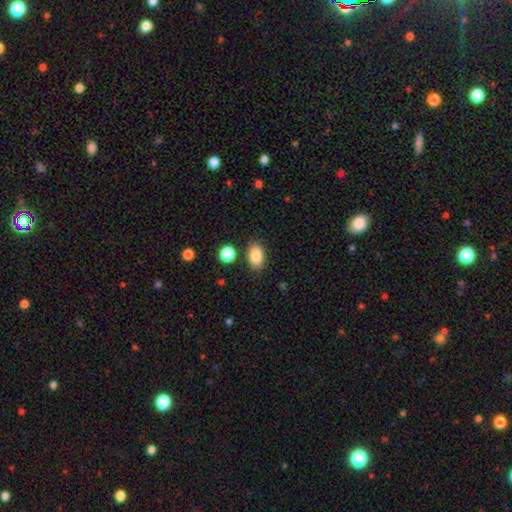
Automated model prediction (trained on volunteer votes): A smooth galaxy with no disk features (86%) that is in between round and cigar-shaped (87%). Merging: none (84%).